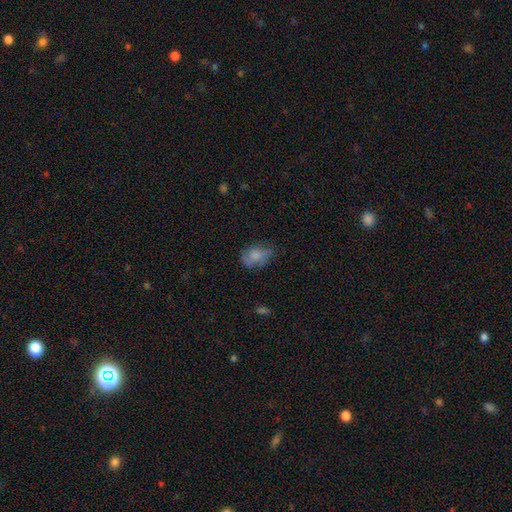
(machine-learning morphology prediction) A smooth galaxy with no disk features (73%) that is in between round and cigar-shaped (76%).

Vote fractions:
- Smooth or featured? smooth: 73% / featured or disk: 18% / star or artifact: 10%
- How rounded? in between: 76% / round: 23% / cigar-shaped: 2%
- Merging? none: 53% / minor disturbance: 30% / major disturbance: 14% / merger: 3%